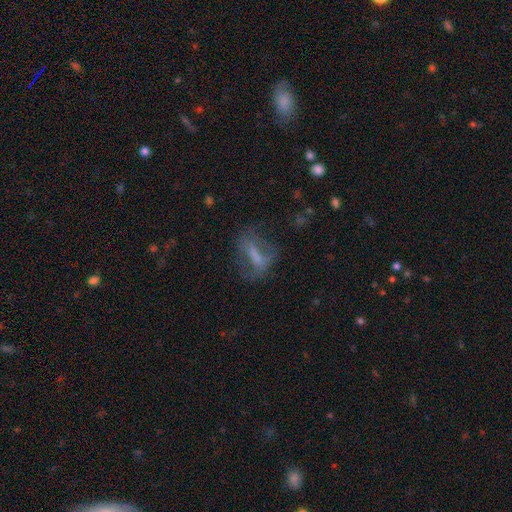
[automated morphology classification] Smooth or featured?
  - featured or disk: 44% *
  - smooth: 42%
  - star or artifact: 14%
Merging?
  - none: 48% *
  - major disturbance: 27%
  - minor disturbance: 22%
  - merger: 4%